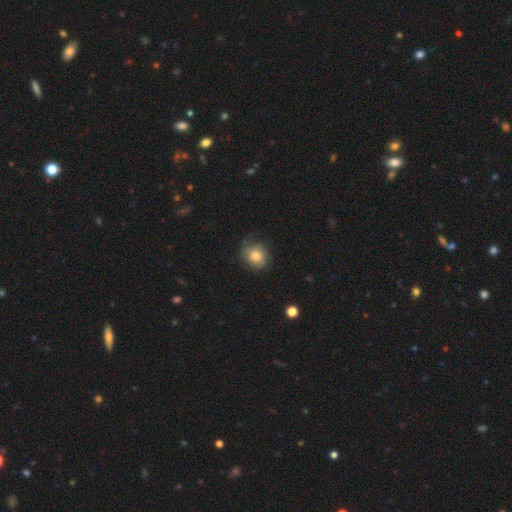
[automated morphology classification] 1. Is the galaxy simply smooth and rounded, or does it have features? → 71% smooth, 21% featured or disk, 9% star or artifact.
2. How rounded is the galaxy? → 71% round, 28% in between, 1% cigar-shaped.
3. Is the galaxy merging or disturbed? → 59% none, 26% minor disturbance, 13% major disturbance, 1% merger.